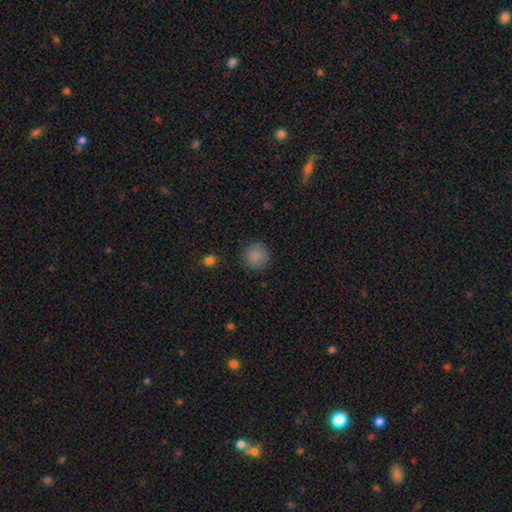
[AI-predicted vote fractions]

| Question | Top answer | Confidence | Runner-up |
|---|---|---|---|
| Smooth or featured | smooth | 86% | star or artifact (10%) |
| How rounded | round | 93% | in between (6%) |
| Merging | none | 88% | minor disturbance (8%) |